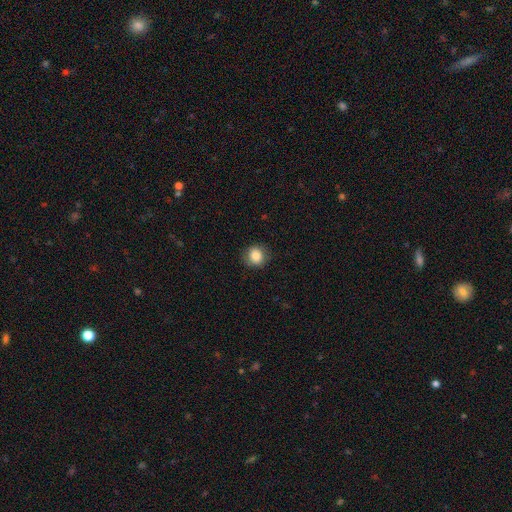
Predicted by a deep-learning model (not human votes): Smooth or featured: smooth — 84% (star or artifact — 9%)
How rounded: round — 82% (in between — 17%)
Merging: none — 84% (minor disturbance — 12%)